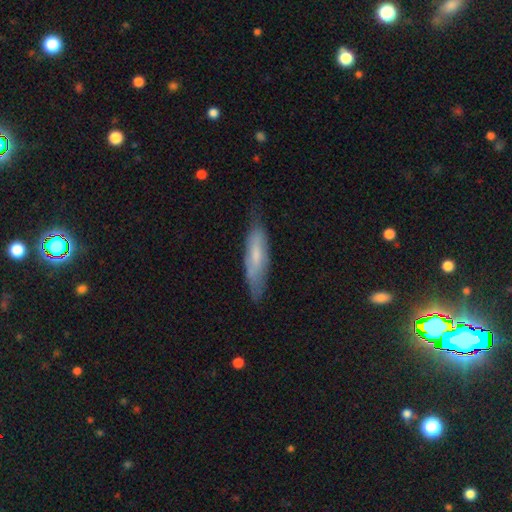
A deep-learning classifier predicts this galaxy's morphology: Overall: smooth (58%; featured or disk 36%). How rounded: cigar-shaped (70%). Merging: none (69%).